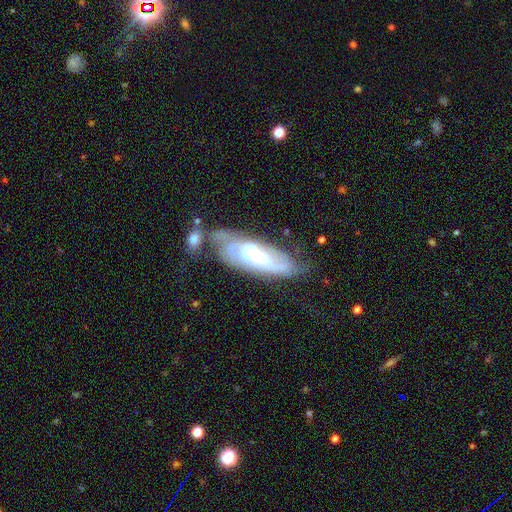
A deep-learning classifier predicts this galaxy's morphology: Smooth or featured? Predicted: featured or disk (p=0.75). Edge-on disk? Predicted: no (p=0.86). Bar? Predicted: no (p=0.58). Spiral arms? Predicted: yes (p=0.80). Spiral winding? Predicted: tight (p=0.57). Spiral arm count? Predicted: can't tell (p=0.49). Bulge size? Predicted: small (p=0.47). Merging? Predicted: none (p=0.43).